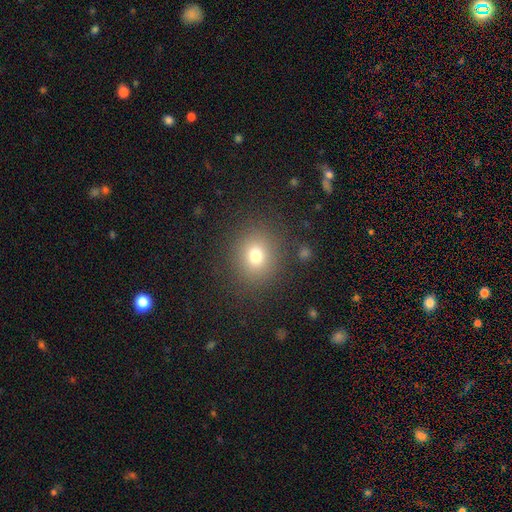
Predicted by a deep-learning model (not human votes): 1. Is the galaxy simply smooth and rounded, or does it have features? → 73% smooth, 16% star or artifact, 10% featured or disk.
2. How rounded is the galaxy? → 76% round, 23% in between, 1% cigar-shaped.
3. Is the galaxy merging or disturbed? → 85% none, 8% minor disturbance, 5% major disturbance, 2% merger.